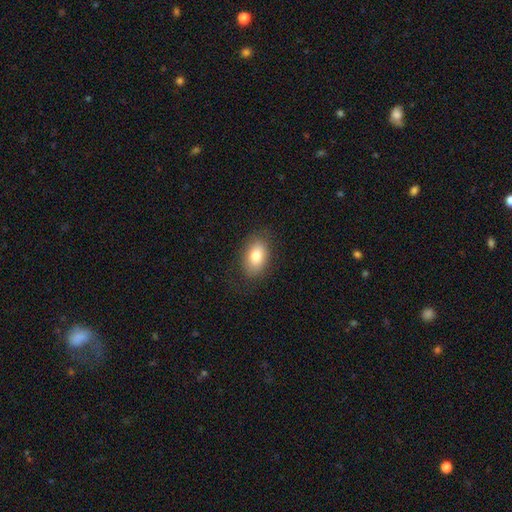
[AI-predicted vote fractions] smooth 79%, featured or disk 13%, star or artifact 8%. Down the decision tree: how rounded — in between (88%); merging — none (82%).